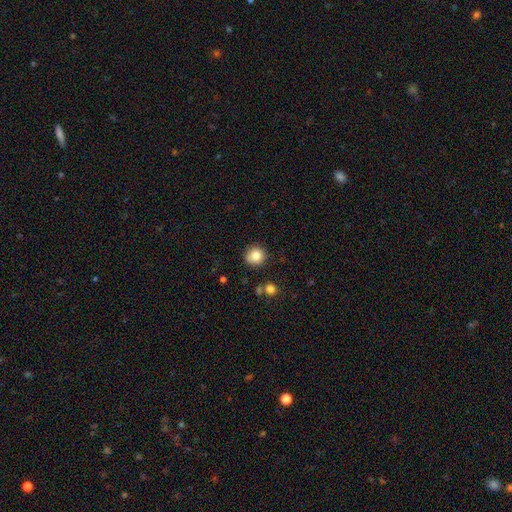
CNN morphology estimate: A smooth galaxy with no disk features (83%) that is round (91%). Merging: none (85%).